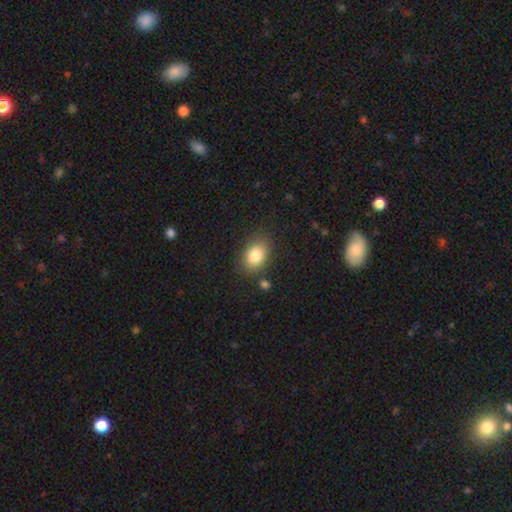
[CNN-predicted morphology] The model was most divided on "how rounded": in between: 74%, round: 25%, cigar-shaped: 1%. More confident: smooth or featured — smooth (81%); merging — none (80%).